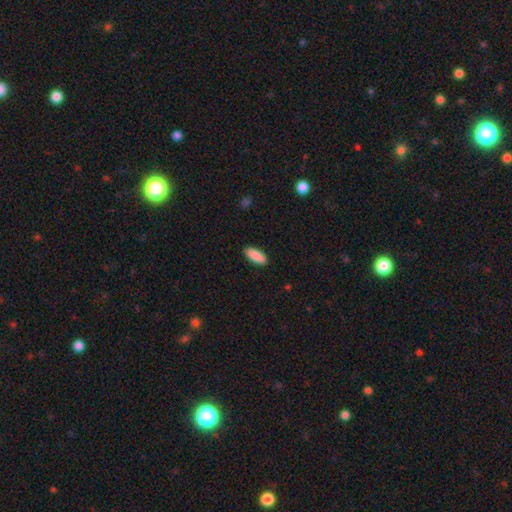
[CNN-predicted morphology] smooth-or-featured: smooth: 90% | star or artifact: 6% | featured or disk: 4%
  how-rounded: in between: 80% | cigar-shaped: 18% | round: 2%
  merging: none: 89% | minor disturbance: 8% | major disturbance: 2% | merger: 1%